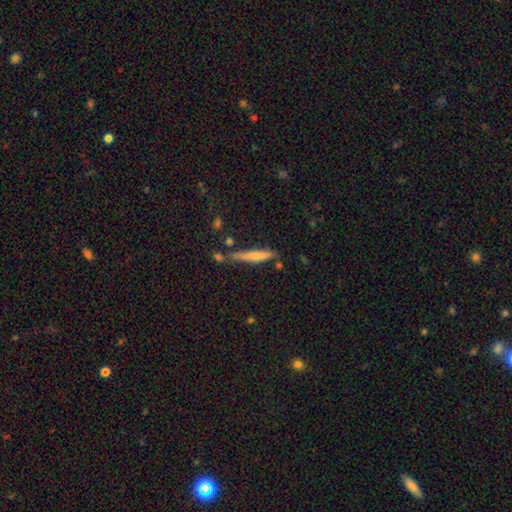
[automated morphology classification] Q: Smooth or featured?
A: smooth (60%); runner-up: featured or disk (33%)
Q: How rounded?
A: cigar-shaped (92%); runner-up: in between (6%)
Q: Merging?
A: none (69%); runner-up: minor disturbance (18%)